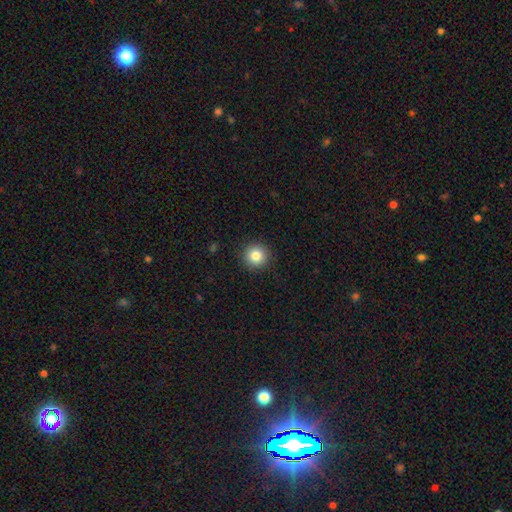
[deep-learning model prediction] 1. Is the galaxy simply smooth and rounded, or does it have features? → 83% smooth, 11% star or artifact, 6% featured or disk.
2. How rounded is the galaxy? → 95% round, 4% in between, 1% cigar-shaped.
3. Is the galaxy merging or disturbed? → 92% none, 5% minor disturbance, 2% major disturbance, 1% merger.